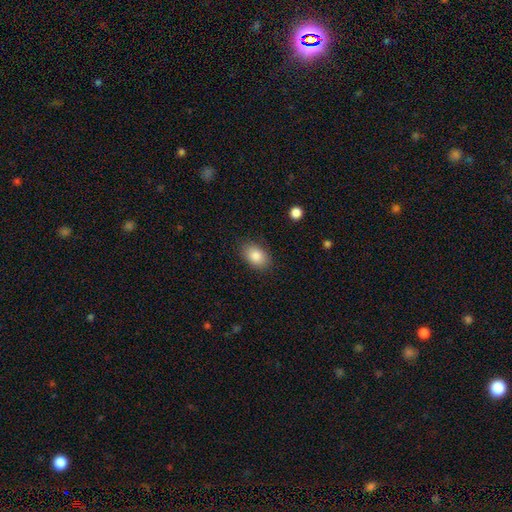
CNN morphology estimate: Q: Smooth or featured?
A: smooth (85%); runner-up: star or artifact (8%)
Q: How rounded?
A: in between (85%); runner-up: round (14%)
Q: Merging?
A: none (84%); runner-up: minor disturbance (12%)